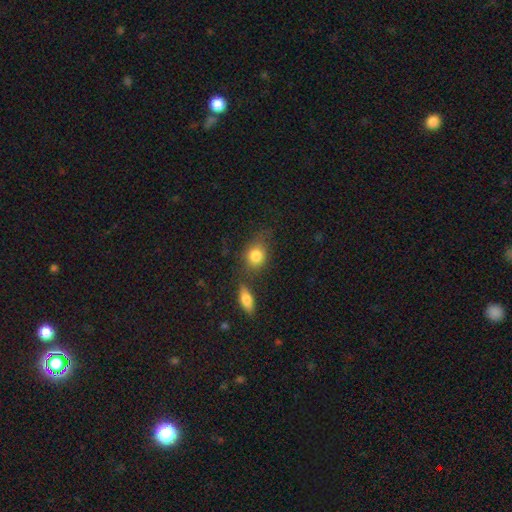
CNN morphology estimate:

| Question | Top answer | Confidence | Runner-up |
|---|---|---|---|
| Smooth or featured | smooth | 83% | star or artifact (9%) |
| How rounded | in between | 49% | tied: round (49%) |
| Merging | none | 58% | minor disturbance (20%) |